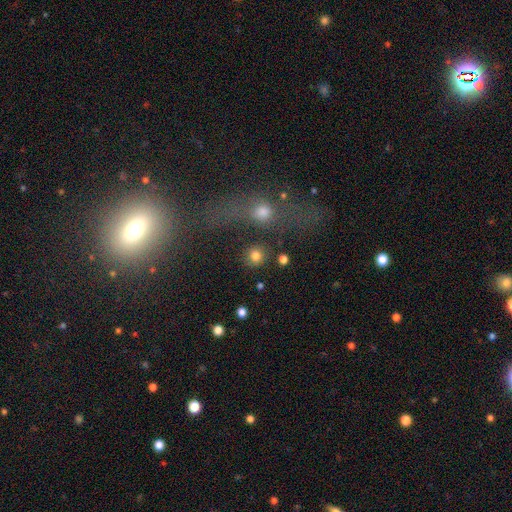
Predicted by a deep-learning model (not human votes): Smooth or featured?
  - smooth: 81% *
  - star or artifact: 13%
  - featured or disk: 6%
How rounded?
  - round: 91% *
  - in between: 8%
  - cigar-shaped: 1%
Merging?
  - none: 82% *
  - merger: 7%
  - minor disturbance: 7%
  - major disturbance: 4%